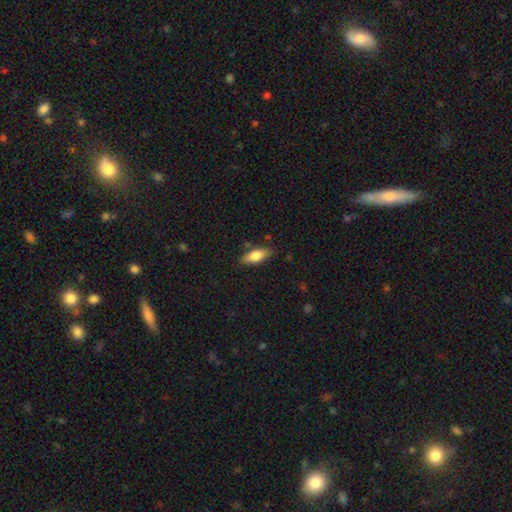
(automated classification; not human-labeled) Overall: smooth (73%). How rounded: in between (72%). Merging: none (82%).